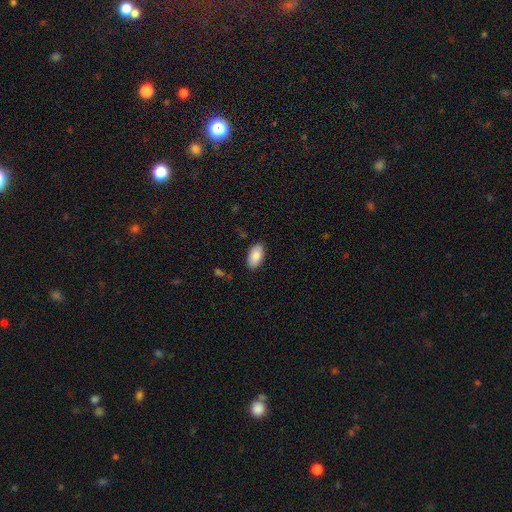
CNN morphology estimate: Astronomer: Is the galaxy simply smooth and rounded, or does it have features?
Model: smooth — 86%.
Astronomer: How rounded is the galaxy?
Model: in between — 95%.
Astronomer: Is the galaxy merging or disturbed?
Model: none — 87%.